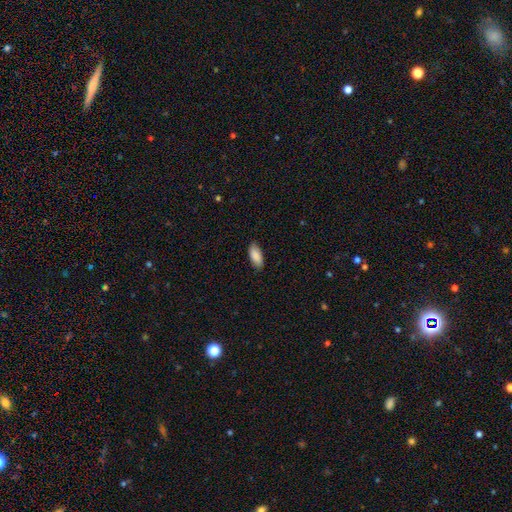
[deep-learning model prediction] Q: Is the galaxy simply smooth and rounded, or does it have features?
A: smooth — 89%.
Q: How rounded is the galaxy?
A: in between — 89%.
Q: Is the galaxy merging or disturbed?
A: none — 84%.